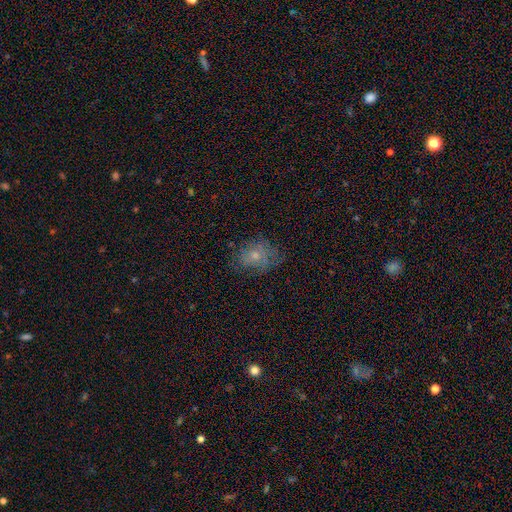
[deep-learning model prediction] smooth-or-featured: smooth: 58% | featured or disk: 29% | star or artifact: 13%
  how-rounded: in between: 59% | round: 40% | cigar-shaped: 1%
  merging: none: 63% | minor disturbance: 24% | major disturbance: 11% | merger: 1%